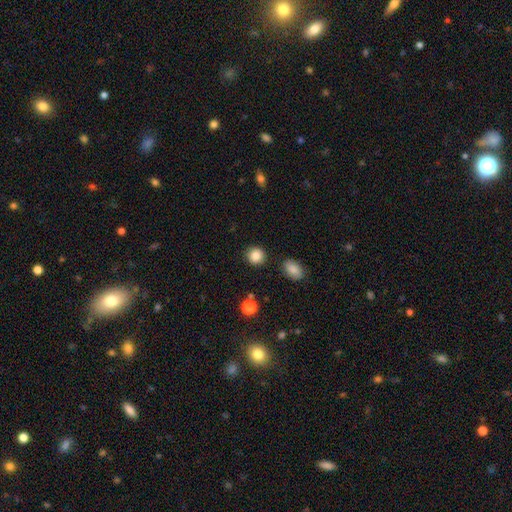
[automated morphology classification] Overall: smooth (86%). How rounded: round (89%). Merging: none (88%).